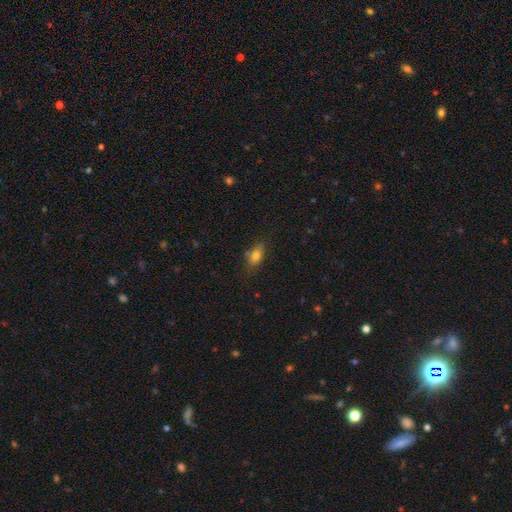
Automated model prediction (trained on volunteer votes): The model was most divided on "merging": none: 69%, minor disturbance: 21%, major disturbance: 5%, merger: 5%. More confident: how rounded — in between (80%); smooth or featured — smooth (75%).